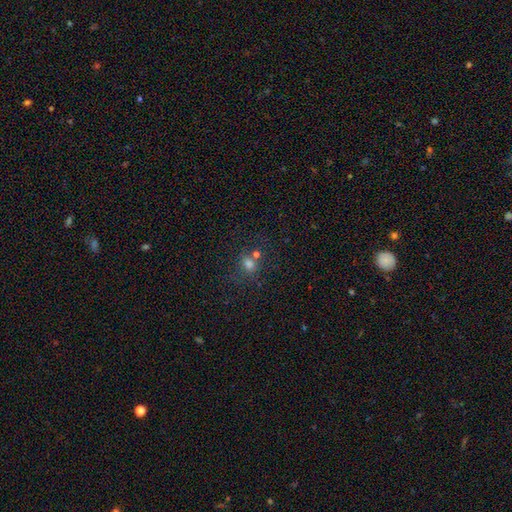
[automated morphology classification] type=smooth (57%); roundness=round (78%); merging=none (57%).